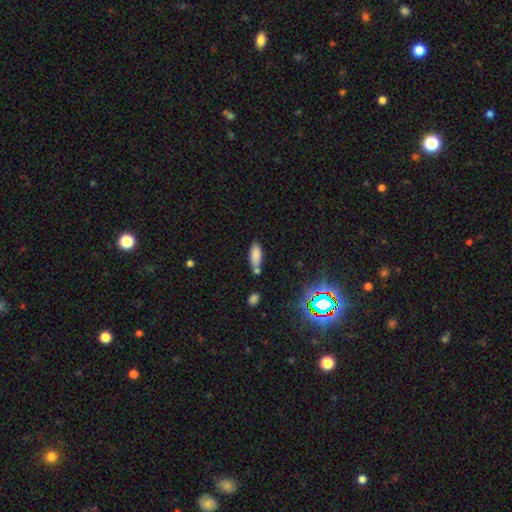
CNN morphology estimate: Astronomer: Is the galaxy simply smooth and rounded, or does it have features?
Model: smooth — 82%.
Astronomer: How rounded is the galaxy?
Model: in between — 76%.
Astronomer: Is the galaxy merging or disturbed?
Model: none — 57%.